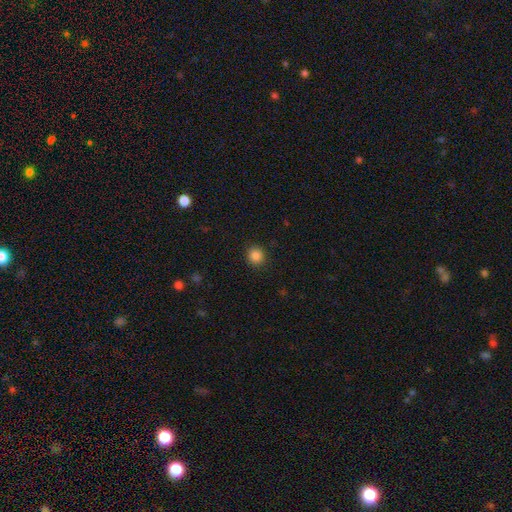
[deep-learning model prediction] A smooth galaxy with no disk features (86%) that is round (89%). Merging: none (91%).